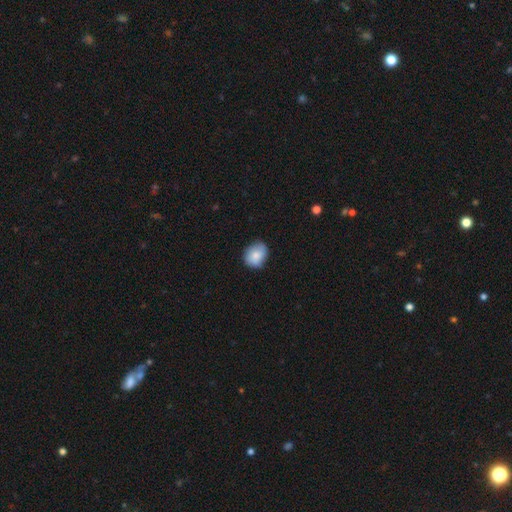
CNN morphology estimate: This is clearly a smooth galaxy (83%). How rounded: possibly round (55%). Merging: likely none (74%).